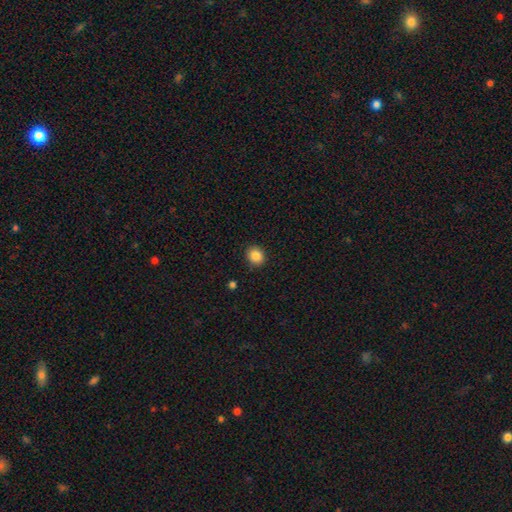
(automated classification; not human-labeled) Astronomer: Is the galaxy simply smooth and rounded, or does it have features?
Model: smooth — 86%.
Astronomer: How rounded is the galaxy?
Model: round — 65%.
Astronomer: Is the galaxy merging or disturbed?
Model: none — 90%.